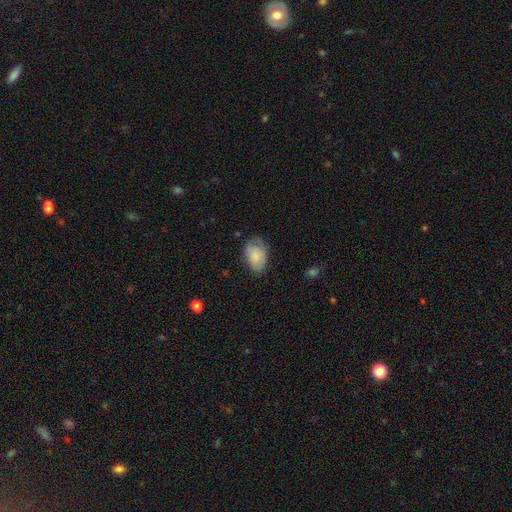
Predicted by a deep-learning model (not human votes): smooth 82%, featured or disk 11%, star or artifact 7%. Down the decision tree: how rounded — in between (90%); merging — none (61%).